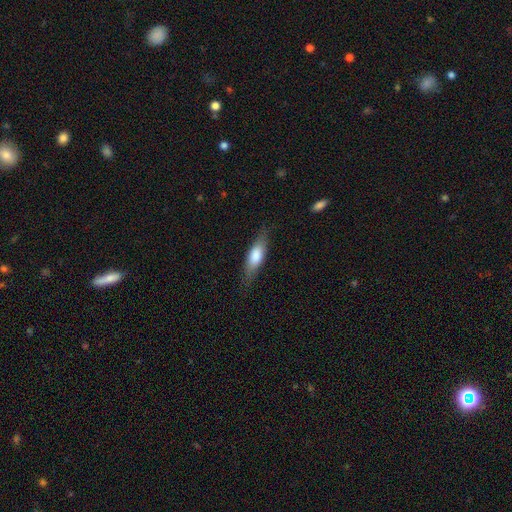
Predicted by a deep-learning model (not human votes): smooth_or_featured: smooth (p=0.71) [alt: featured or disk p=0.23]
how_rounded: in between (p=0.55) [alt: cigar-shaped p=0.43]
merging: none (p=0.79) [alt: minor disturbance p=0.16]